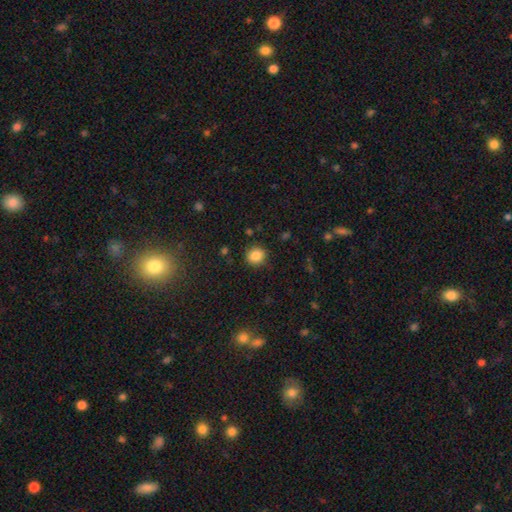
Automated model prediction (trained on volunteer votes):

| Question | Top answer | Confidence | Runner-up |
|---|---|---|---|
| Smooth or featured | smooth | 85% | star or artifact (10%) |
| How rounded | round | 84% | in between (15%) |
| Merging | none | 87% | minor disturbance (8%) |